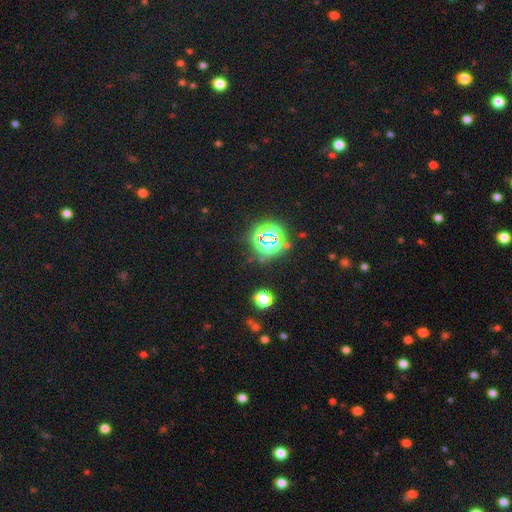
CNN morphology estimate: This is likely a star or artifact rather than a galaxy (77%).